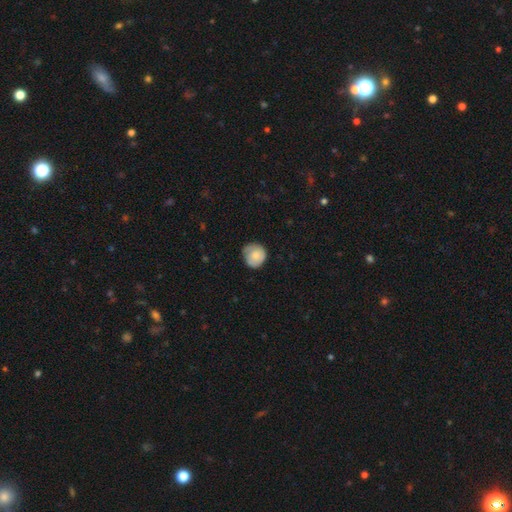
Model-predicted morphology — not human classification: This is likely a smooth galaxy (75%). How rounded: clearly round (86%). Merging: likely none (63%).